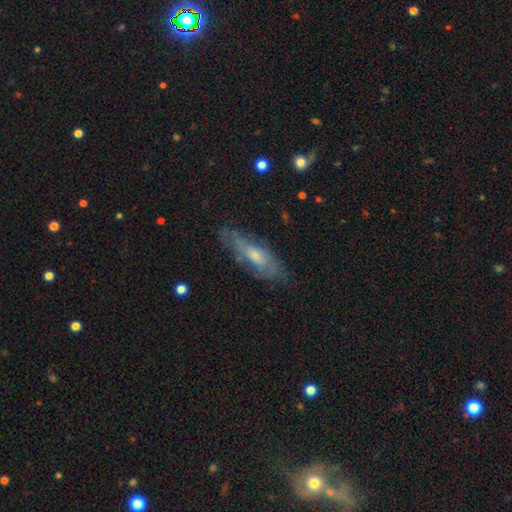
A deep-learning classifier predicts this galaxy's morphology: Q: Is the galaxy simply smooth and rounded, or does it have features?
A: featured or disk — 50%.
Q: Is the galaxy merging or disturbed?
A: none — 68%.